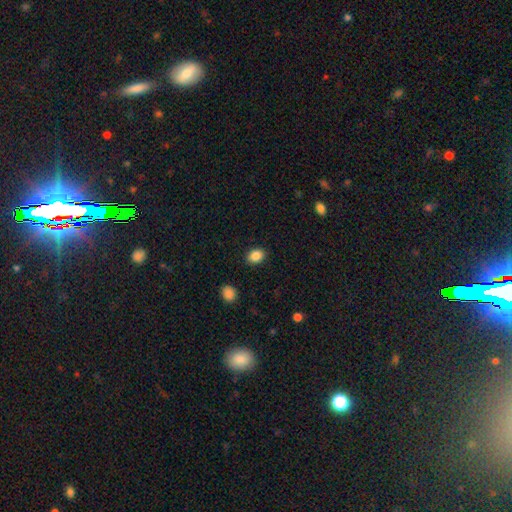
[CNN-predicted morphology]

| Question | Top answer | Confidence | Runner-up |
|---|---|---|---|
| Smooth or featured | smooth | 87% | star or artifact (9%) |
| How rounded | in between | 66% | round (33%) |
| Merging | none | 89% | minor disturbance (8%) |